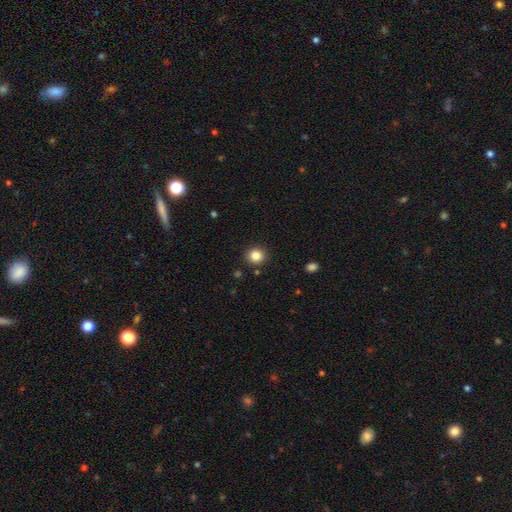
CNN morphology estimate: This appears to be a smooth galaxy with no disk features (84%) that is round (90%). Merging: none (90%).